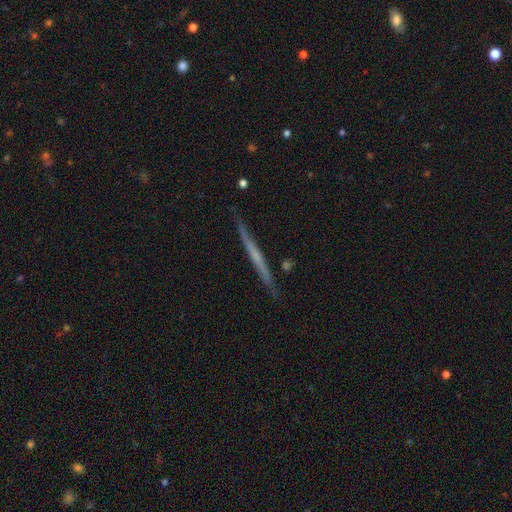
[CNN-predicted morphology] smooth_or_featured: featured or disk (p=0.61) [alt: smooth p=0.33]
disk_edge_on: yes (p=0.97) [alt: no p=0.03]
edge_on_bulge: none (p=0.81) [alt: rounded p=0.13]
merging: none (p=0.88) [alt: minor disturbance p=0.09]